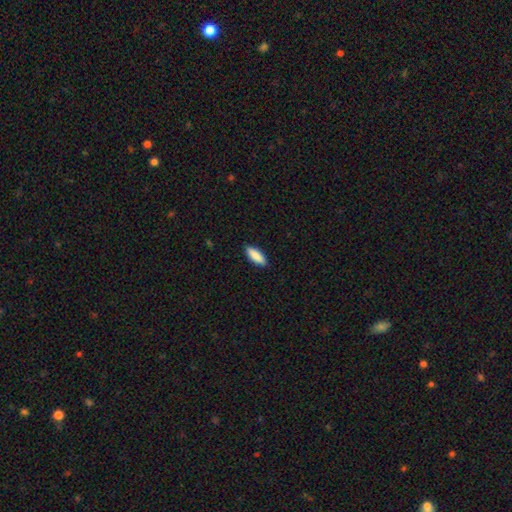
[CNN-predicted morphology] Q: Smooth or featured?
A: smooth (87%); runner-up: featured or disk (7%)
Q: How rounded?
A: in between (65%); runner-up: cigar-shaped (34%)
Q: Merging?
A: none (89%); runner-up: minor disturbance (9%)